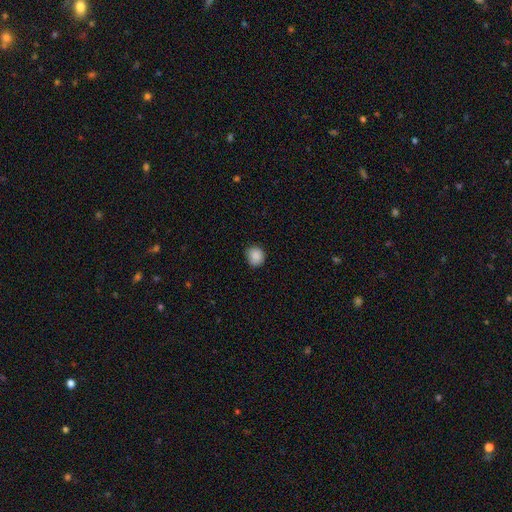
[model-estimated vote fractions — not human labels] smooth 88%, star or artifact 9%, featured or disk 3%. Down the decision tree: how rounded — round (86%); merging — none (82%).